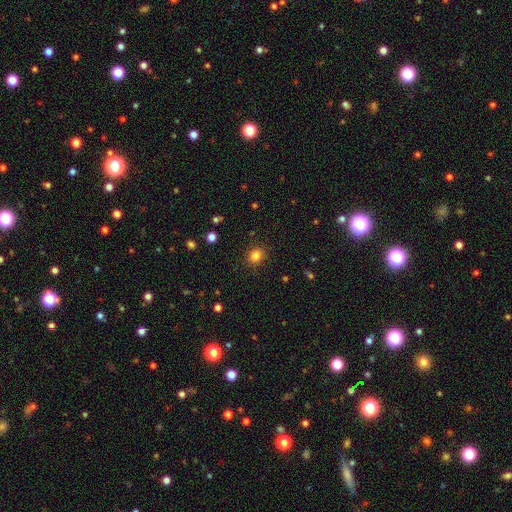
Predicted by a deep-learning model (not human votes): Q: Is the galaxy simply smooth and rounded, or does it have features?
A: smooth — 83%.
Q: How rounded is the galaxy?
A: round — 72%.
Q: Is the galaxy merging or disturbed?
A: none — 89%.